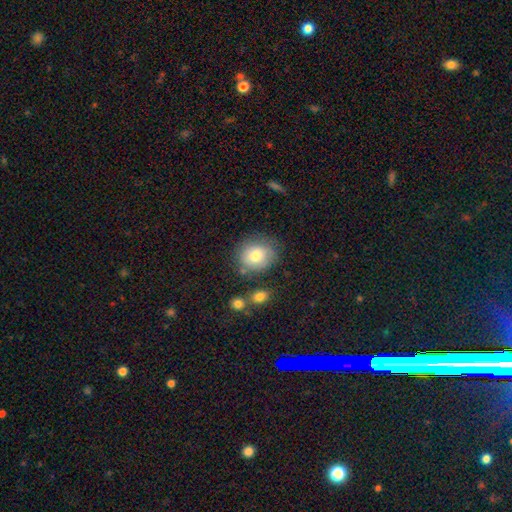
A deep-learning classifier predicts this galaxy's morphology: smooth_or_featured: smooth (p=0.77) [alt: featured or disk p=0.15]
how_rounded: round (p=0.72) [alt: in between p=0.27]
merging: none (p=0.69) [alt: minor disturbance p=0.19]